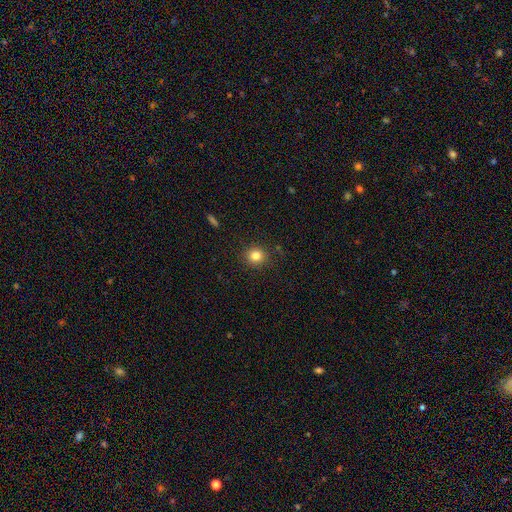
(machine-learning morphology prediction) A smooth galaxy with no disk features (82%) that is round (86%).

Vote fractions:
- Smooth or featured? smooth: 82% / star or artifact: 12% / featured or disk: 6%
- How rounded? round: 86% / in between: 13% / cigar-shaped: 1%
- Merging? none: 88% / minor disturbance: 8% / major disturbance: 2% / merger: 1%